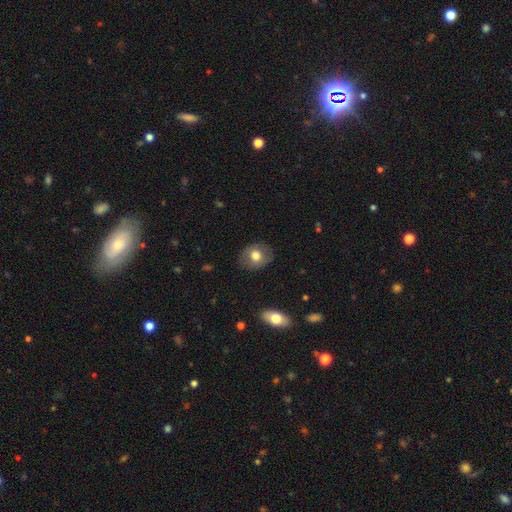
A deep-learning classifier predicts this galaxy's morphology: The model was most divided on "how rounded": round: 56%, in between: 43%, cigar-shaped: 1%. More confident: merging — none (83%); smooth or featured — smooth (72%).